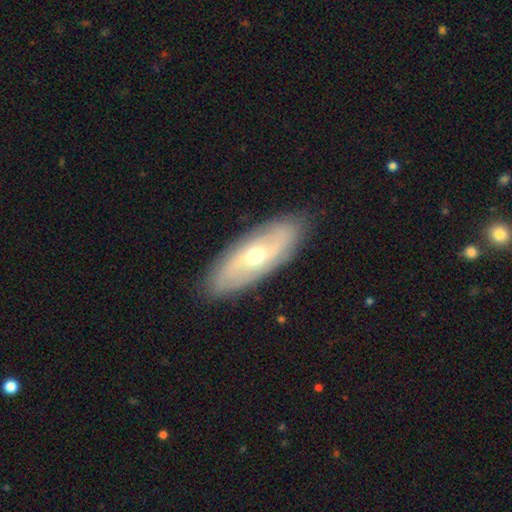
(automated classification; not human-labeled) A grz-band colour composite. It shows a featured or disk galaxy (58%). Merging: none (85%).